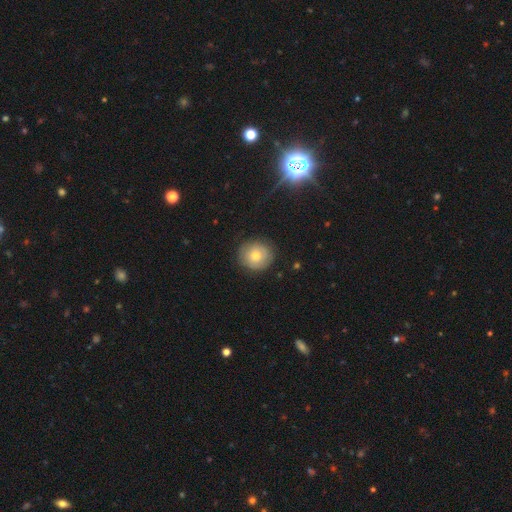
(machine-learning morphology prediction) A smooth galaxy with no disk features (69%) that is round (90%). Merging: none (86%).